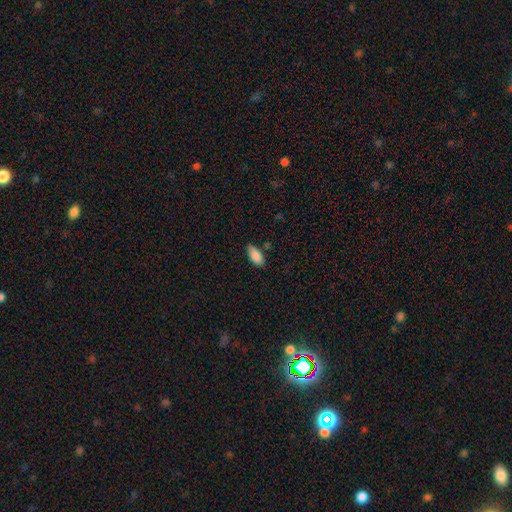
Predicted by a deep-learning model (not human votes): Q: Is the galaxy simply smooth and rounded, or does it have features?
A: smooth — 88%.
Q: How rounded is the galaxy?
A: in between — 89%.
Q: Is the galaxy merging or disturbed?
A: none — 77%.